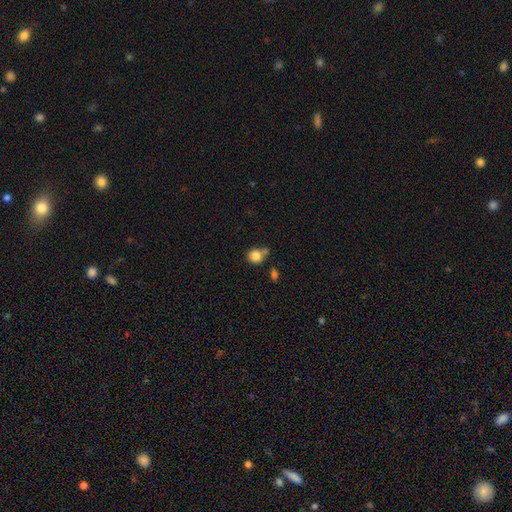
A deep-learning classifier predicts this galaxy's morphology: The model was most divided on "merging": none: 50%, merger: 23%, minor disturbance: 20%, major disturbance: 7%. More confident: smooth or featured — smooth (83%); how rounded — round (75%).